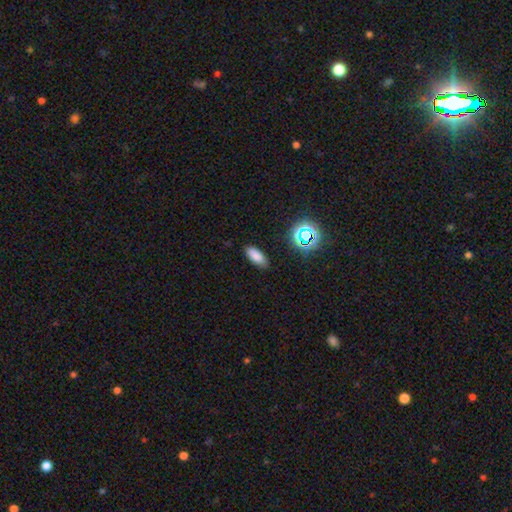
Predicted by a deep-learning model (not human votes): Smooth or featured: smooth — 79% (star or artifact — 15%)
How rounded: in between — 85% (cigar-shaped — 11%)
Merging: none — 86% (minor disturbance — 10%)